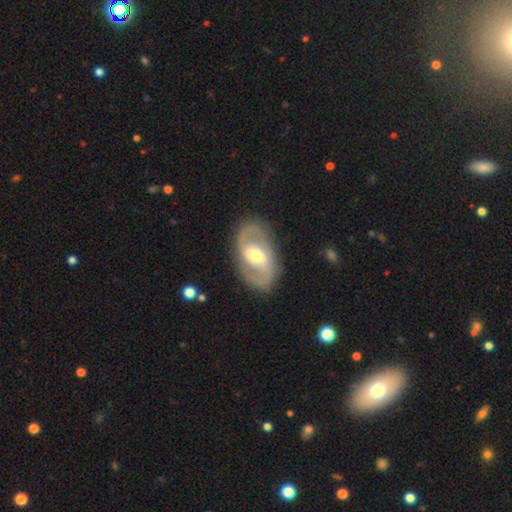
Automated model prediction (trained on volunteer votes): Smooth or featured: featured or disk — 81% (smooth — 14%)
Edge-on disk: no — 96% (yes — 4%)
Bar: weak — 45% (no — 33%)
Spiral arms: yes — 85% (no — 15%)
Spiral winding: medium — 51% (tight — 25%)
Spiral arm count: 2 — 89% (can't tell — 6%)
Bulge size: moderate — 64% (small — 26%)
Merging: none — 84% (minor disturbance — 11%)